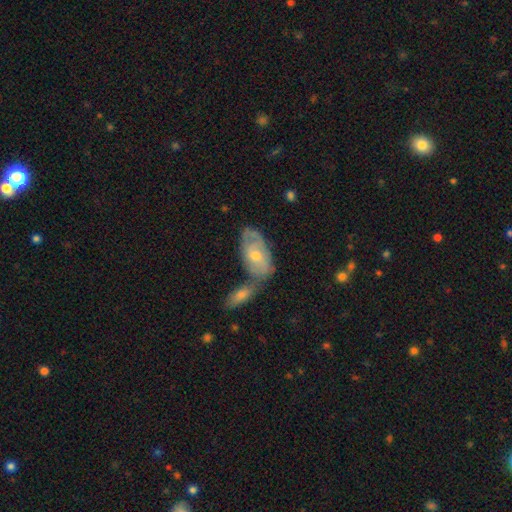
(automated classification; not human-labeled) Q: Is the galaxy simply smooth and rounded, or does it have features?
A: featured or disk — 56%.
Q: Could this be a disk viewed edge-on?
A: no — 89%.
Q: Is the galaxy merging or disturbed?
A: none — 39%.